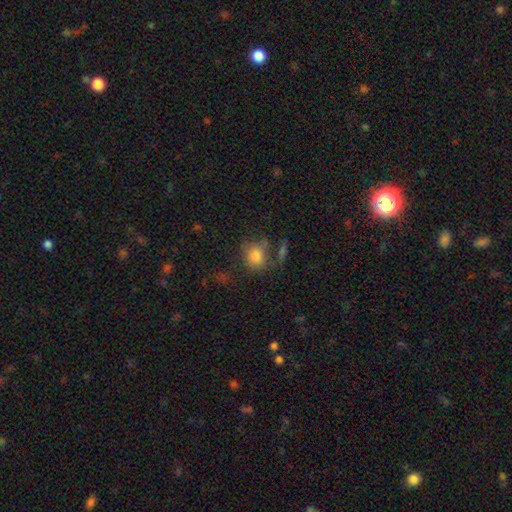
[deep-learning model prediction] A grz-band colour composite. It shows a smooth galaxy with no disk features (77%) that is round (62%). Merging: none (51%).